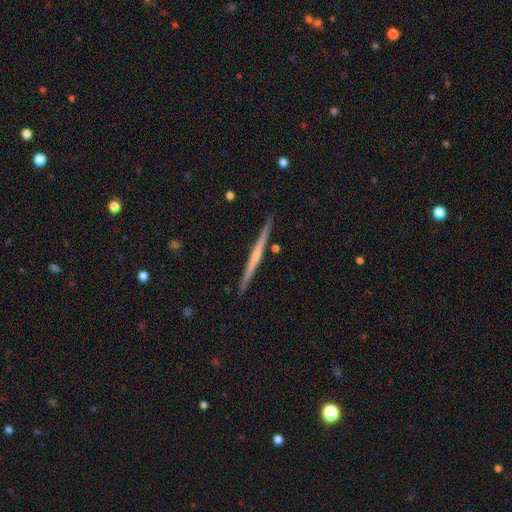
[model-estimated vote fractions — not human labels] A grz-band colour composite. It shows a featured or disk galaxy (69%) viewed edge-on (98%) with no central bulge (55%). Merging: none (91%).